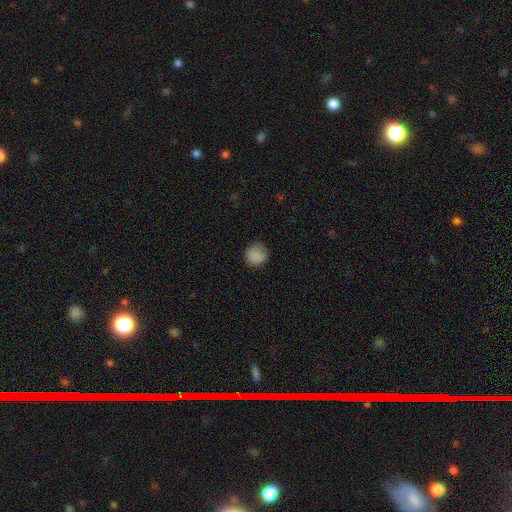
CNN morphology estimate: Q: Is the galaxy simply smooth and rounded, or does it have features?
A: smooth — 85%.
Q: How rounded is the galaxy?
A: round — 87%.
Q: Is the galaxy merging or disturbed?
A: none — 76%.